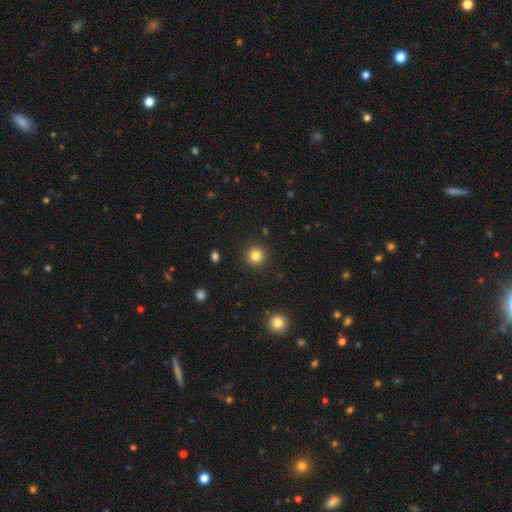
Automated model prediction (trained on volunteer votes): smooth 82%, star or artifact 12%, featured or disk 5%. Down the decision tree: how rounded — round (95%); merging — none (92%).